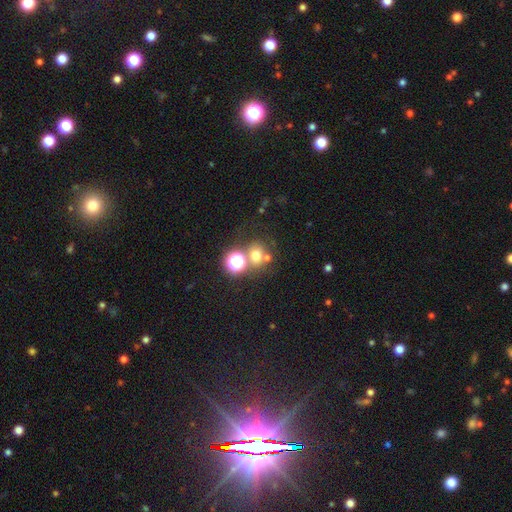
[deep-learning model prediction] Overall: smooth (62%; star or artifact 27%). How rounded: round (81%). Merging: none (57%; merger 29%).